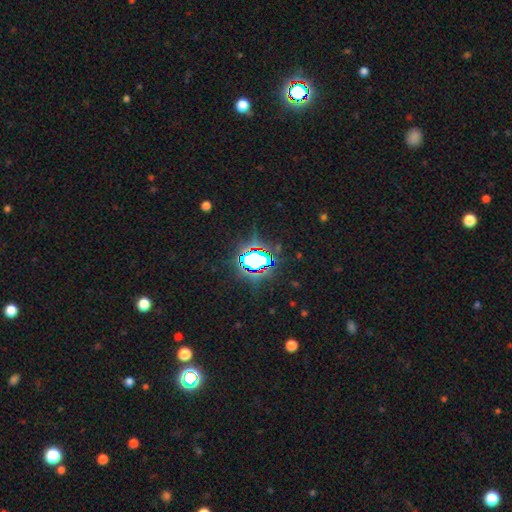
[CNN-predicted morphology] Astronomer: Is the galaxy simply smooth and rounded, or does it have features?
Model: star or artifact — 72%.